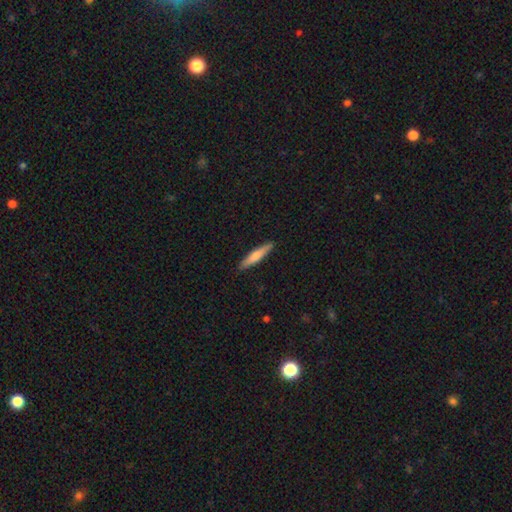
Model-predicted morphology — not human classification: A smooth galaxy with no disk features (67%) that is cigar-shaped (90%). Merging: none (90%).